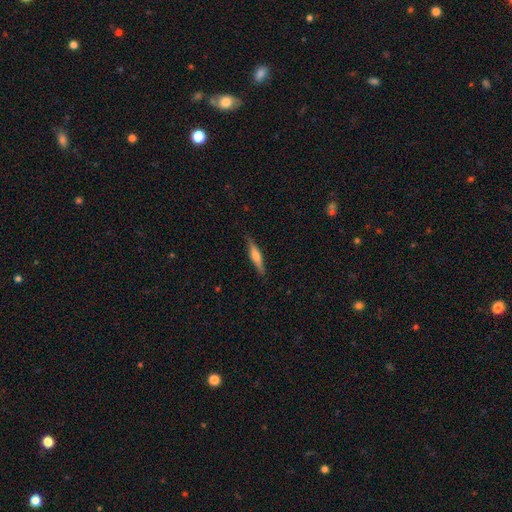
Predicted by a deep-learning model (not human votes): featured or disk 49%, smooth 45%, star or artifact 6%. Down the decision tree: merging — none (88%).